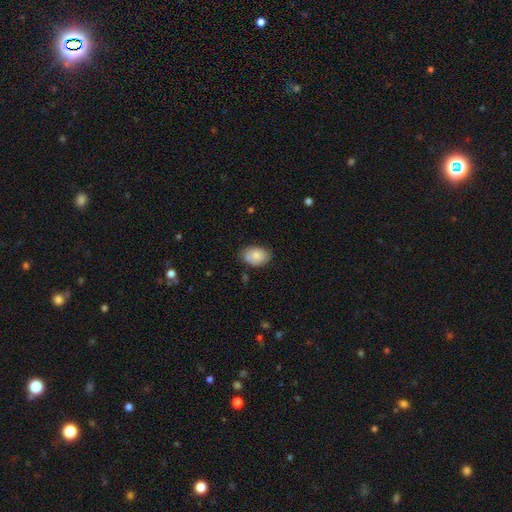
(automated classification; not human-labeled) A smooth galaxy with no disk features (80%) that is in between round and cigar-shaped (85%). Merging: none (71%).